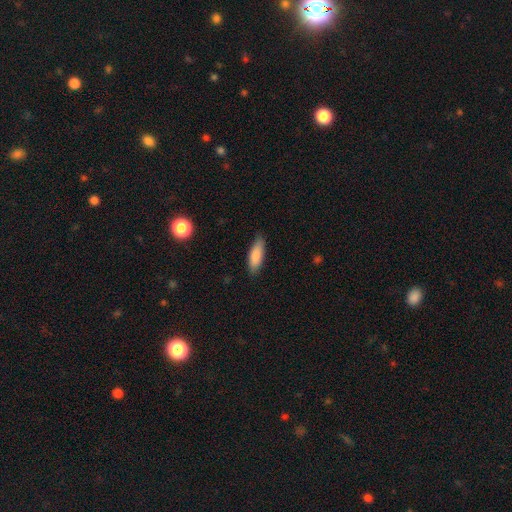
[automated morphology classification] The model was most divided on "how rounded": in between: 60%, cigar-shaped: 38%, round: 2%. More confident: smooth or featured — smooth (86%); merging — none (84%).